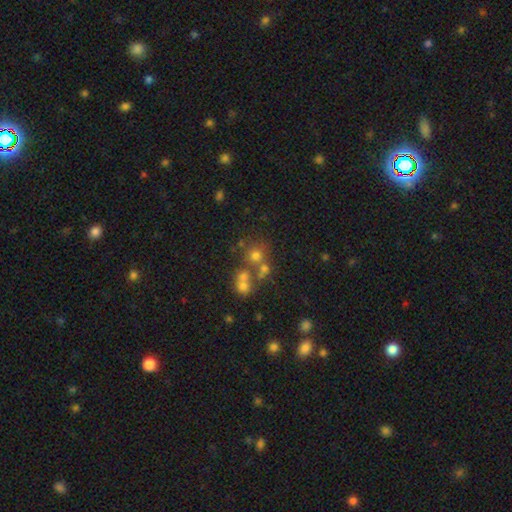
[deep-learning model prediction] smooth-or-featured: smooth: 61% | star or artifact: 21% | featured or disk: 18%
  how-rounded: round: 84% | in between: 15% | cigar-shaped: 1%
  merging: none: 51% | merger: 33% | minor disturbance: 9% | major disturbance: 6%